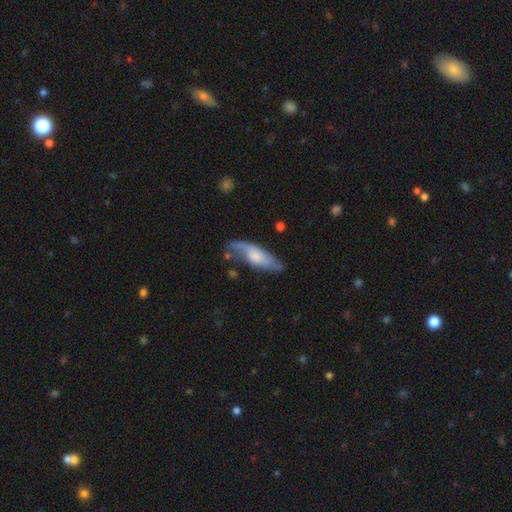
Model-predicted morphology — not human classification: Smooth or featured?
  - featured or disk: 55% *
  - smooth: 39%
  - star or artifact: 6%
Edge-on disk?
  - no: 74% *
  - yes: 26%
Merging?
  - none: 54% *
  - minor disturbance: 27%
  - major disturbance: 14%
  - merger: 5%